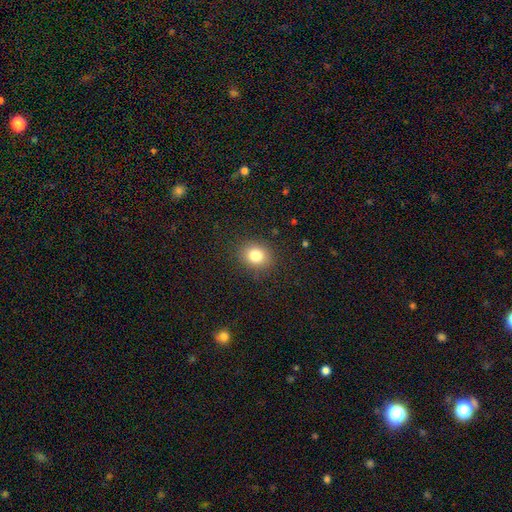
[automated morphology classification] smooth_or_featured: smooth (p=0.82) [alt: star or artifact p=0.11]
how_rounded: round (p=0.63) [alt: in between p=0.37]
merging: none (p=0.87) [alt: minor disturbance p=0.09]